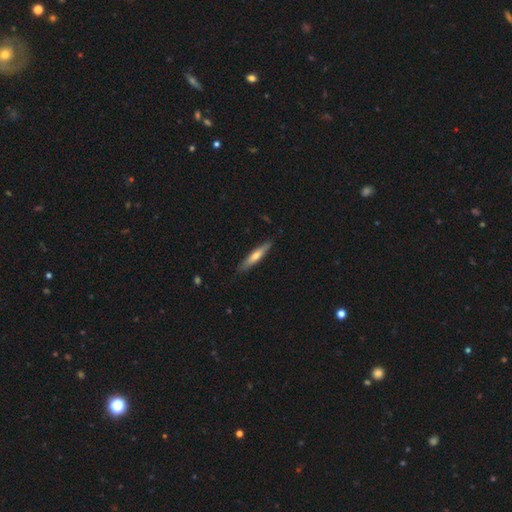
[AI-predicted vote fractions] smooth 54%, featured or disk 41%, star or artifact 5%. Down the decision tree: how rounded — cigar-shaped (88%); merging — none (87%).